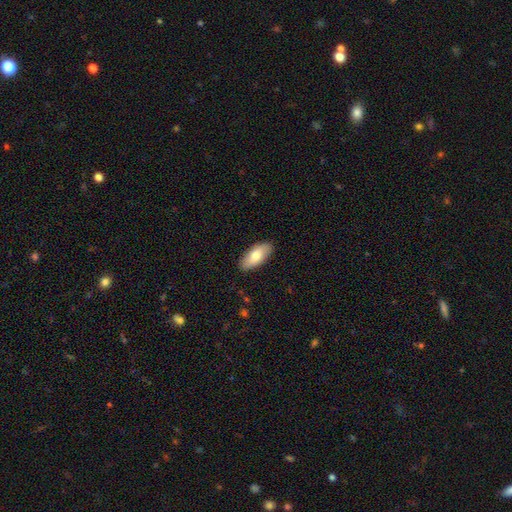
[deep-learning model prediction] smooth 75%, featured or disk 20%, star or artifact 6%. Down the decision tree: how rounded — in between (88%); merging — none (87%).